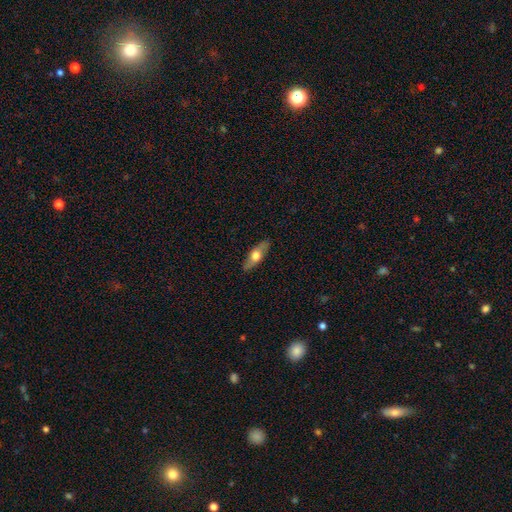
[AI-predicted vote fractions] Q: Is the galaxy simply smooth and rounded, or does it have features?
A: smooth — 52%.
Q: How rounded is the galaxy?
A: in between — 53%.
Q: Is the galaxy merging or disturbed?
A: none — 87%.